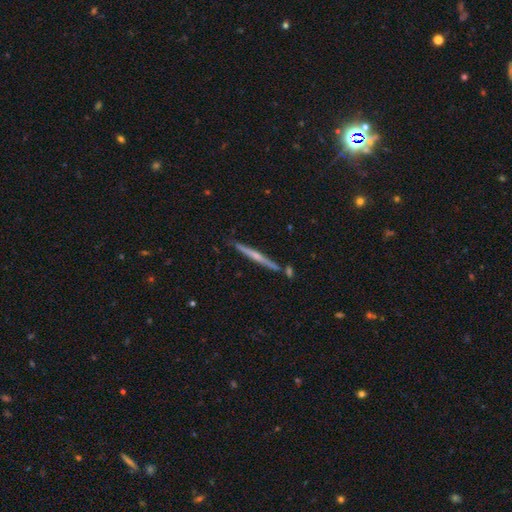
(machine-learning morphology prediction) Q: Smooth or featured?
A: featured or disk (69%); runner-up: smooth (25%)
Q: Edge-on disk?
A: yes (98%); runner-up: no (2%)
Q: Edge-on bulge?
A: rounded (62%); runner-up: none (31%)
Q: Merging?
A: none (85%); runner-up: minor disturbance (9%)